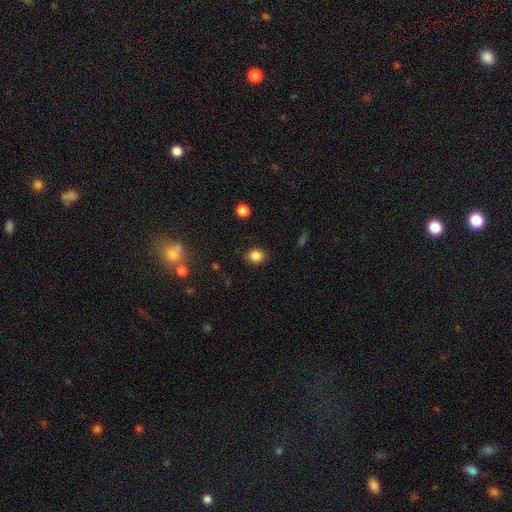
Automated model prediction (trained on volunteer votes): Smooth or featured: smooth — 84% (star or artifact — 11%)
How rounded: round — 66% (in between — 33%)
Merging: none — 86% (minor disturbance — 10%)